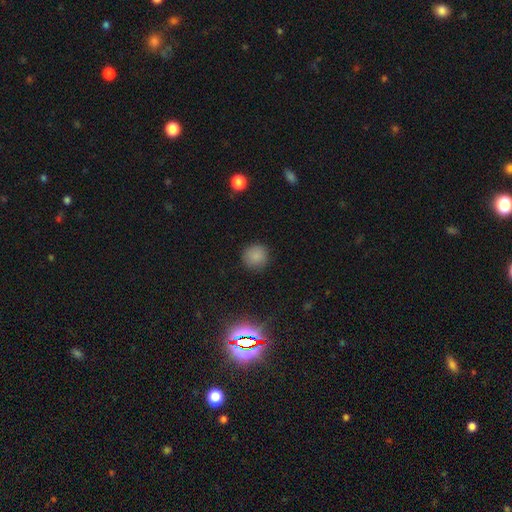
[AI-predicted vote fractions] This is clearly a smooth galaxy (83%). How rounded: clearly round (93%). Merging: clearly none (88%).